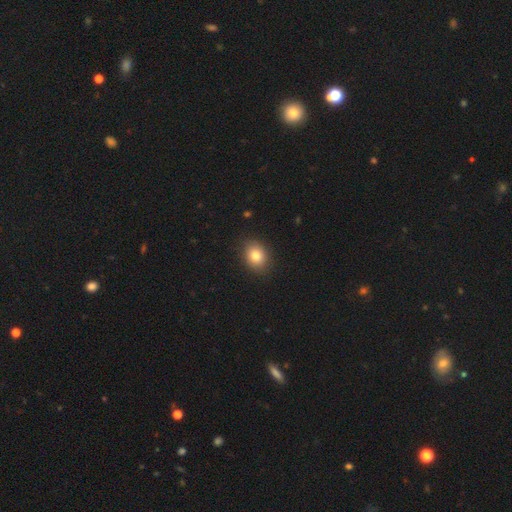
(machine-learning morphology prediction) Smooth or featured? smooth (81%)
How rounded? in between (51%)
Merging? none (87%)